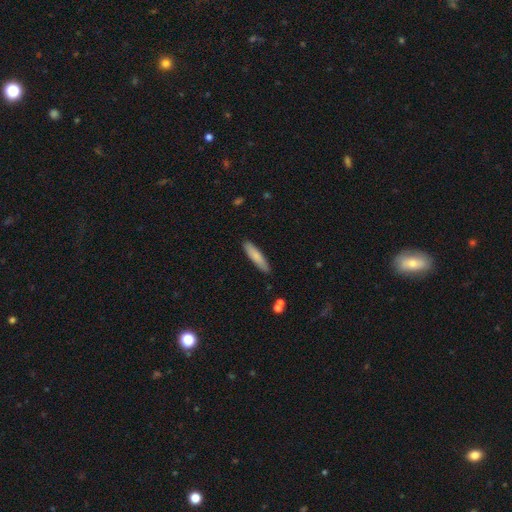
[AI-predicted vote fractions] smooth 80%, featured or disk 14%, star or artifact 6%. Down the decision tree: how rounded — cigar-shaped (80%); merging — none (87%).